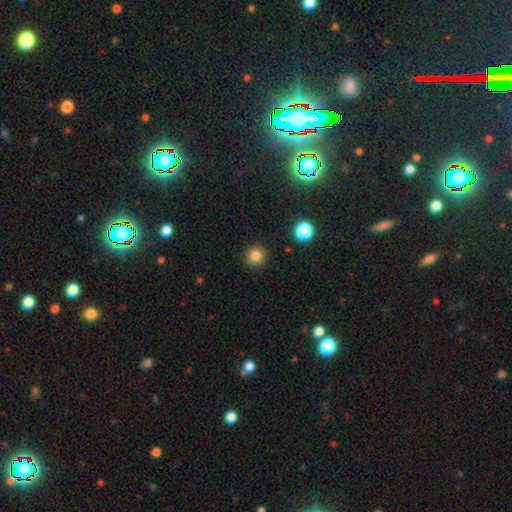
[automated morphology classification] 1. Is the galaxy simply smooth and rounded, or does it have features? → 83% smooth, 12% star or artifact, 5% featured or disk.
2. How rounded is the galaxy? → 93% round, 6% in between, 1% cigar-shaped.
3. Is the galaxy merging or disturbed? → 91% none, 6% minor disturbance, 2% major disturbance, 1% merger.